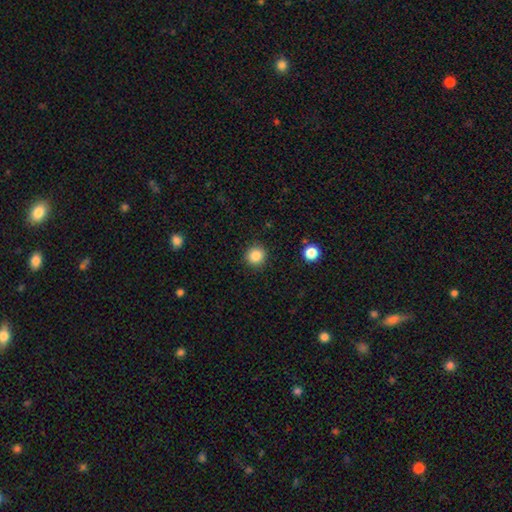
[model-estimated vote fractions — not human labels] A smooth galaxy with no disk features (85%) that is round (92%).

Vote fractions:
- Smooth or featured? smooth: 85% / star or artifact: 10% / featured or disk: 4%
- How rounded? round: 92% / in between: 7% / cigar-shaped: 1%
- Merging? none: 91% / minor disturbance: 6% / major disturbance: 2% / merger: 1%